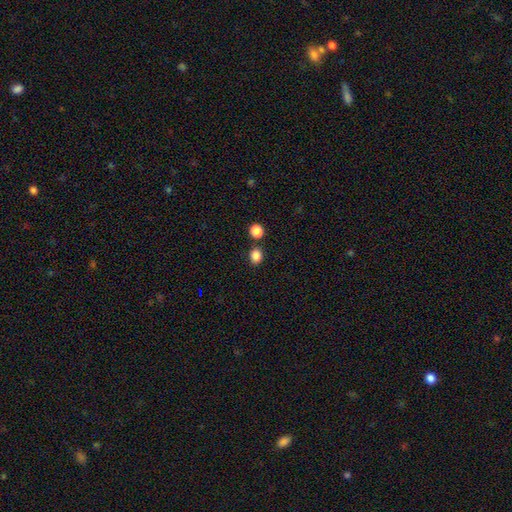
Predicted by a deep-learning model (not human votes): The model was most divided on "how rounded": round: 65%, in between: 34%, cigar-shaped: 1%. More confident: smooth or featured — smooth (85%); merging — none (78%).